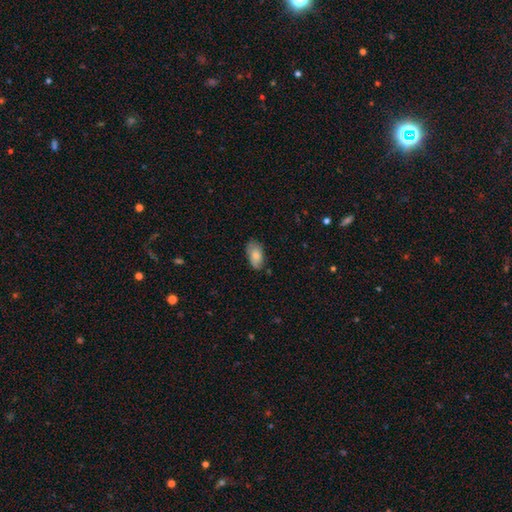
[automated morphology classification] A smooth galaxy with no disk features (76%) that is in between round and cigar-shaped (93%).

Vote fractions:
- Smooth or featured? smooth: 76% / featured or disk: 17% / star or artifact: 7%
- How rounded? in between: 93% / round: 4% / cigar-shaped: 3%
- Merging? none: 71% / minor disturbance: 23% / major disturbance: 4% / merger: 1%